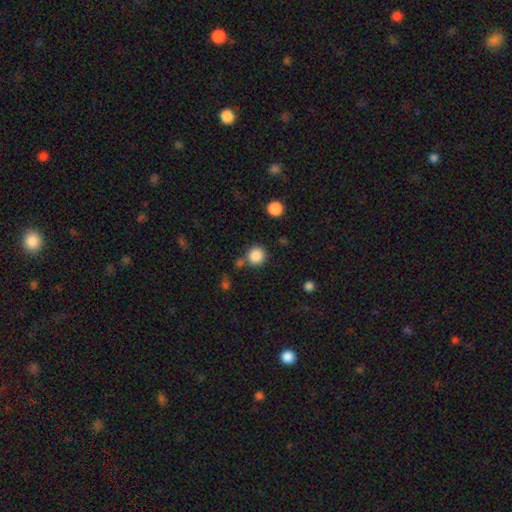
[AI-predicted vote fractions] Smooth or featured? smooth (86%)
How rounded? round (94%)
Merging? none (78%)